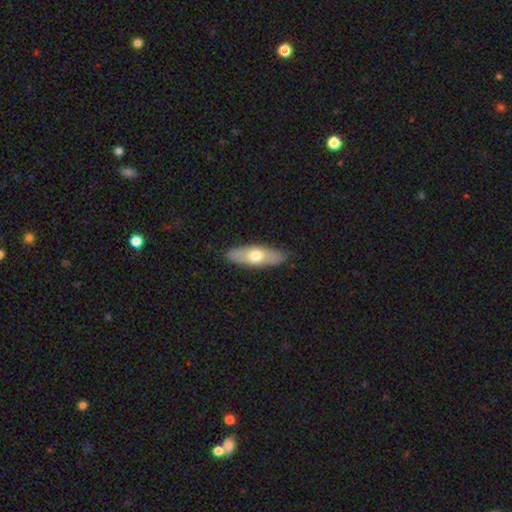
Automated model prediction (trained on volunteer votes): smooth-or-featured: smooth: 58% | featured or disk: 37% | star or artifact: 5%
  how-rounded: in between: 58% | cigar-shaped: 39% | round: 3%
  merging: none: 87% | minor disturbance: 10% | major disturbance: 2% | merger: 1%